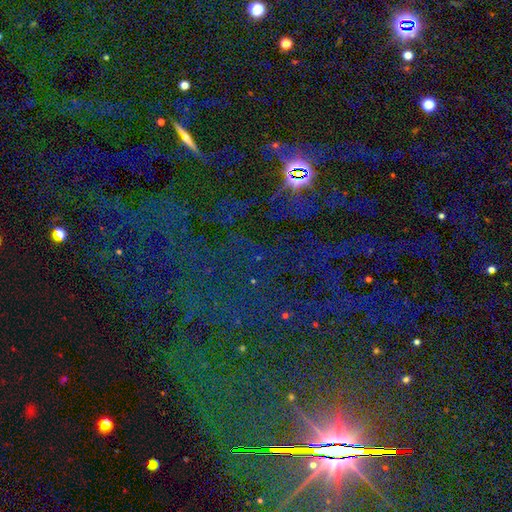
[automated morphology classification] A star or artifact, not a galaxy (83%).